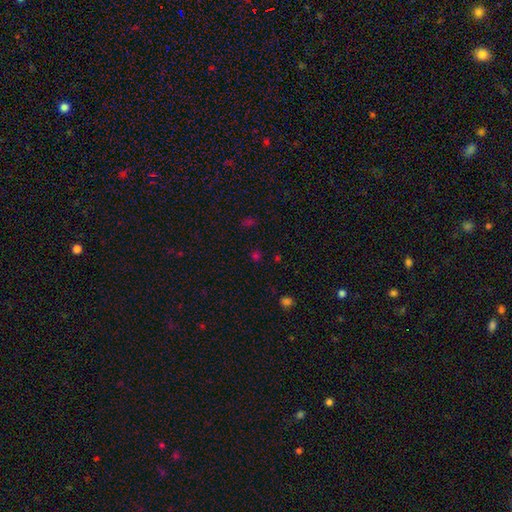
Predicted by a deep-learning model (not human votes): A smooth galaxy with no disk features (56%) that is round (84%). Merging: none (82%).